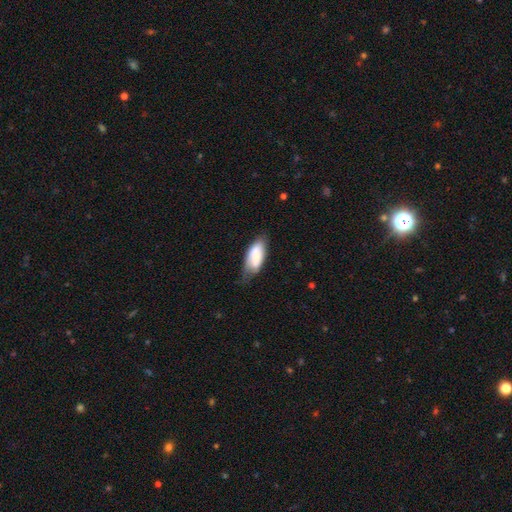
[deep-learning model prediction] smooth_or_featured: smooth (p=0.74) [alt: featured or disk p=0.19]
how_rounded: in between (p=0.86) [alt: cigar-shaped p=0.12]
merging: none (p=0.44) [alt: minor disturbance p=0.39]